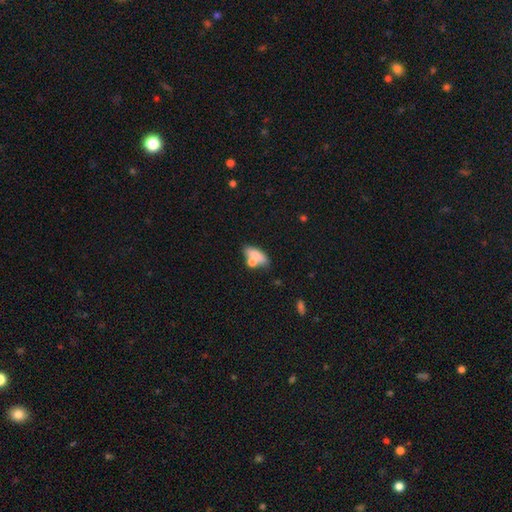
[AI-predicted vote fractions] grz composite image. It shows a smooth galaxy with no disk features (76%) that is in between round and cigar-shaped (73%). Merging: none (53%).